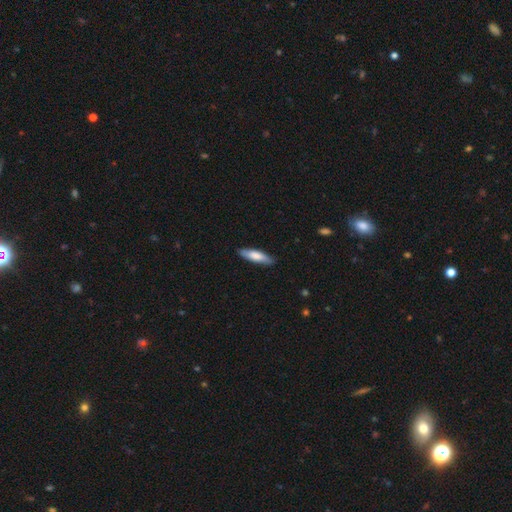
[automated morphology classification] The model was most divided on "how rounded": cigar-shaped: 69%, in between: 29%, round: 1%. More confident: merging — none (86%); smooth or featured — smooth (72%).